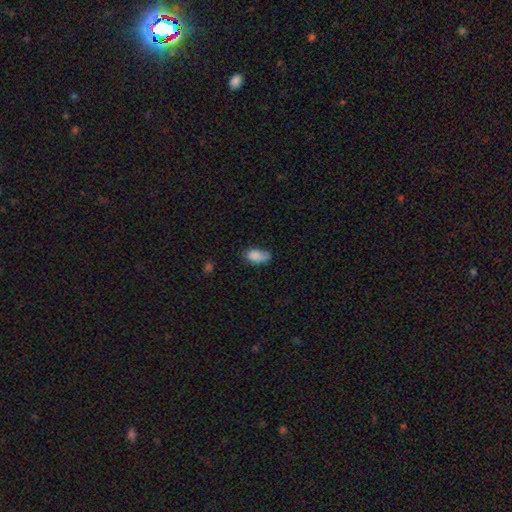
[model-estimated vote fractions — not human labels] Smooth or featured?
  - smooth: 82% *
  - featured or disk: 10%
  - star or artifact: 8%
How rounded?
  - in between: 91% *
  - round: 5%
  - cigar-shaped: 4%
Merging?
  - none: 48% *
  - minor disturbance: 34%
  - major disturbance: 14%
  - merger: 5%